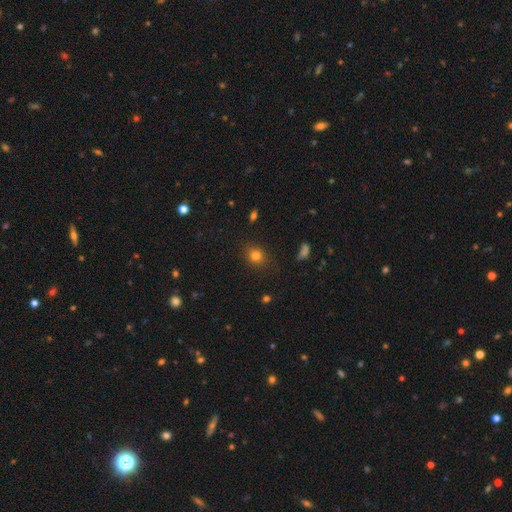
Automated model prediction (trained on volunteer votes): Overall: smooth (79%). How rounded: round (69%; in between 30%). Merging: none (85%).